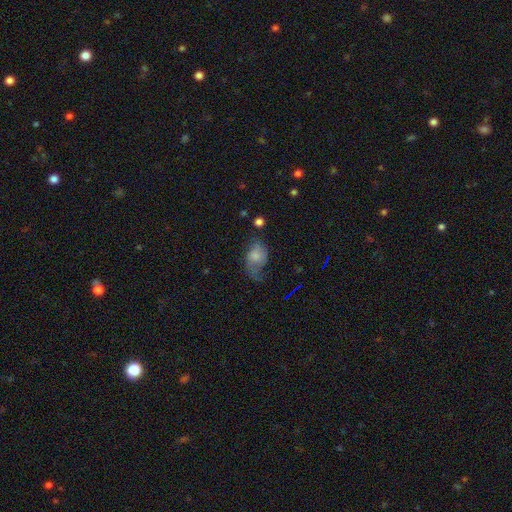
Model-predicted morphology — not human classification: A smooth galaxy with no disk features (54%) that is in between round and cigar-shaped (80%). Merging: none (34%).